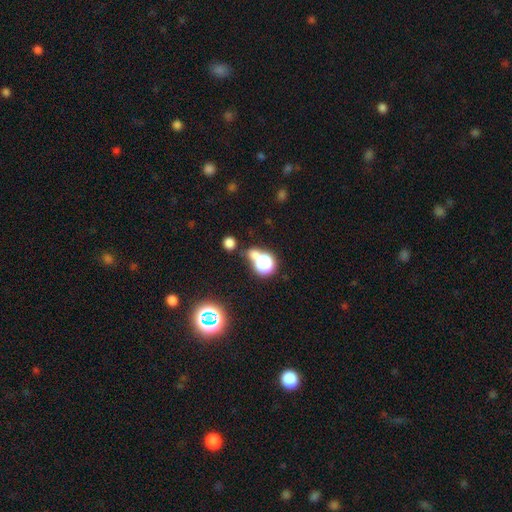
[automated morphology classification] Smooth or featured: smooth — 55% (star or artifact — 36%)
How rounded: round — 76% (in between — 21%)
Merging: none — 53% (merger — 31%)